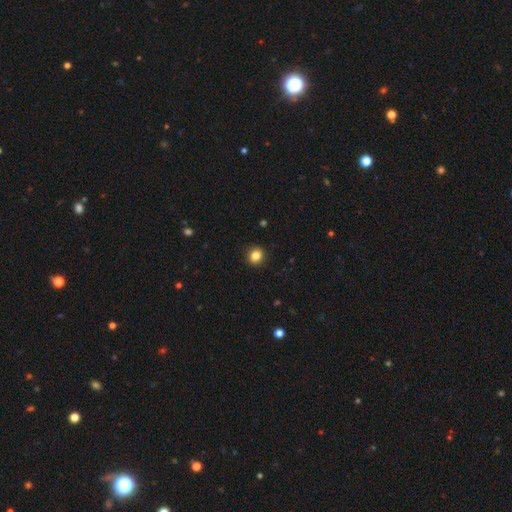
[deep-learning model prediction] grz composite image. It shows a smooth galaxy with no disk features (85%) that is round (80%). Merging: none (91%).